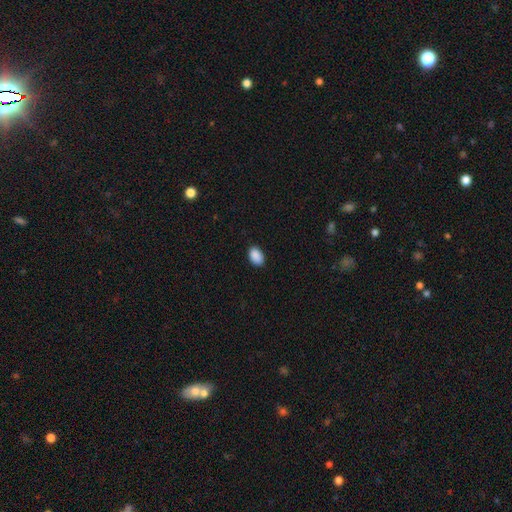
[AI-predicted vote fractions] smooth_or_featured: smooth (p=0.90) [alt: star or artifact p=0.07]
how_rounded: in between (p=0.90) [alt: round p=0.09]
merging: none (p=0.87) [alt: minor disturbance p=0.10]